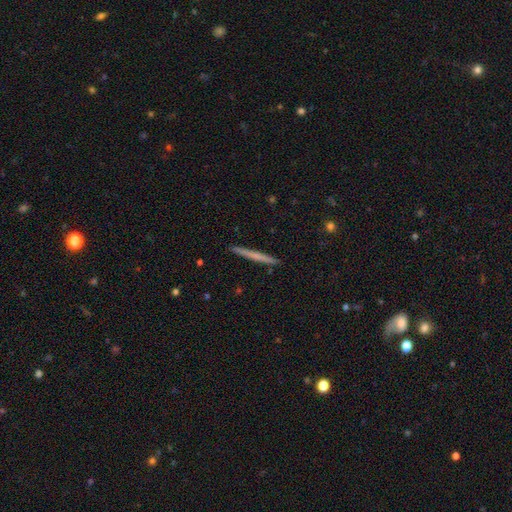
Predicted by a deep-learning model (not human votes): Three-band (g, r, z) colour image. It shows a smooth galaxy with no disk features (51%) that is cigar-shaped (97%). Merging: none (93%).